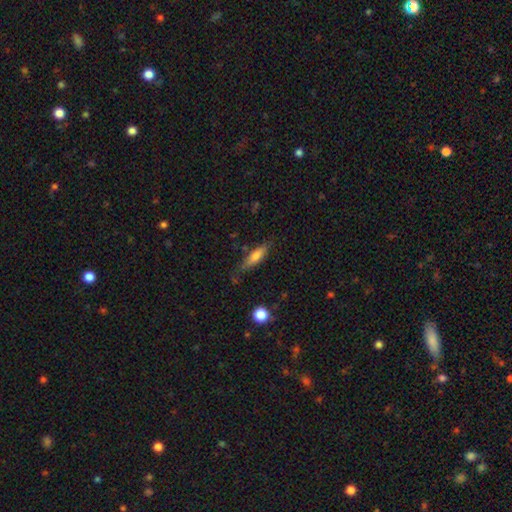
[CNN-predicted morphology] Q: Smooth or featured?
A: smooth (69%); runner-up: featured or disk (24%)
Q: How rounded?
A: cigar-shaped (58%); runner-up: in between (40%)
Q: Merging?
A: none (69%); runner-up: minor disturbance (22%)